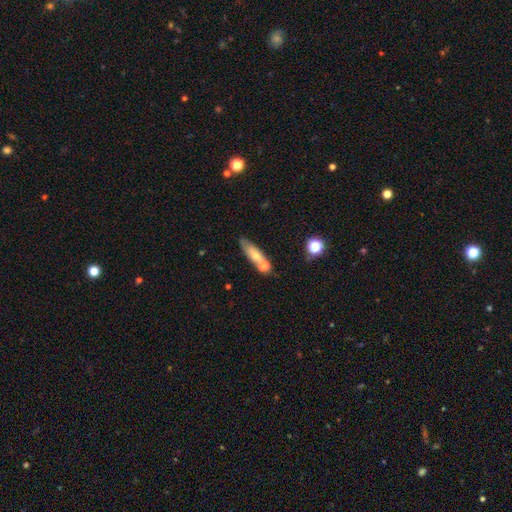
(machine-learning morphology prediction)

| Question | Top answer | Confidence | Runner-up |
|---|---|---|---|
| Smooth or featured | smooth | 60% | featured or disk (31%) |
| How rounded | cigar-shaped | 57% | in between (39%) |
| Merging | none | 54% | merger (25%) |